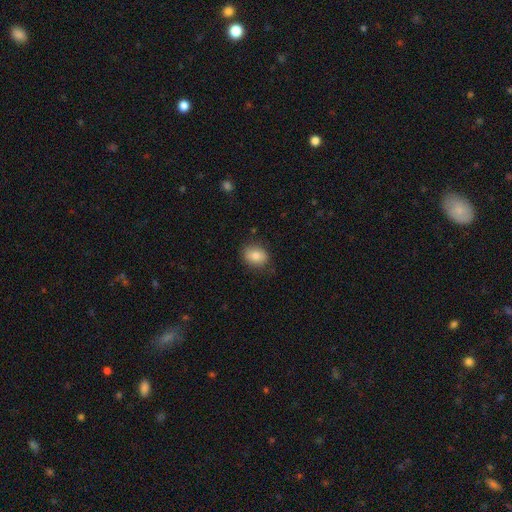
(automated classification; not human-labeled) The model was most divided on "how rounded": in between: 59%, round: 40%, cigar-shaped: 1%. More confident: smooth or featured — smooth (83%); merging — none (81%).